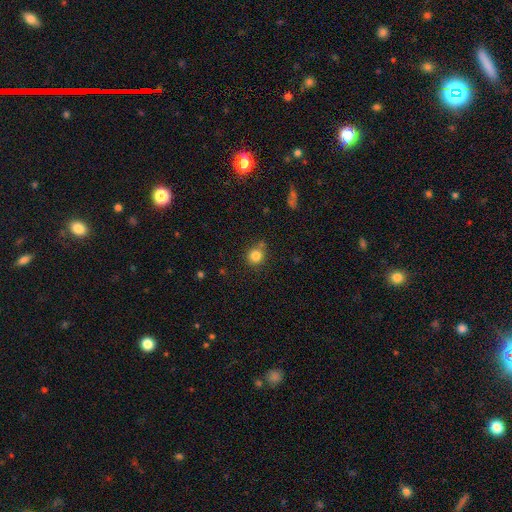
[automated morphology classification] This appears to be a smooth galaxy with no disk features (83%) that is round (89%). Merging: none (75%).